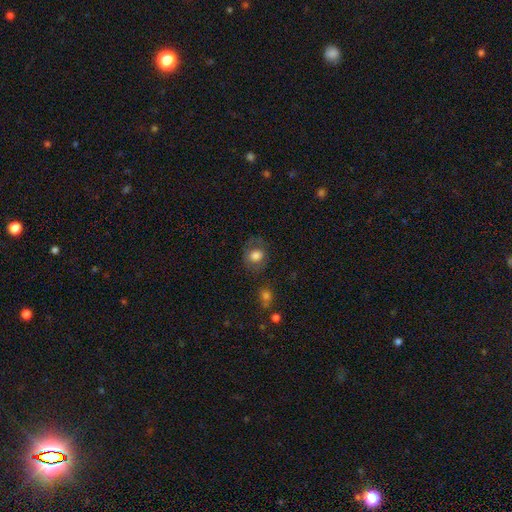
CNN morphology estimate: This is likely a smooth galaxy (74%). How rounded: likely round (66%). Merging: likely none (64%).